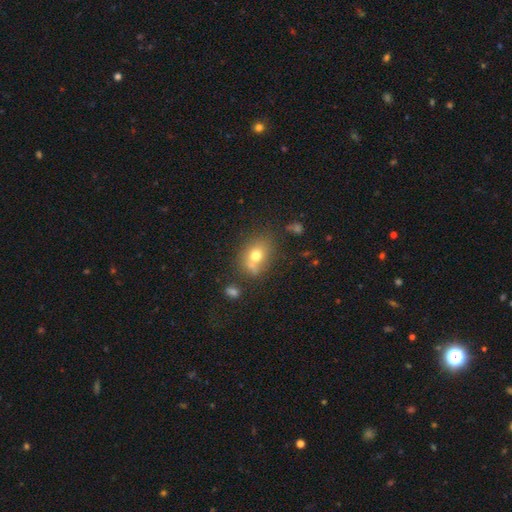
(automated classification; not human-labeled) smooth_or_featured: smooth (p=0.71) [alt: featured or disk p=0.16]
how_rounded: in between (p=0.51) [alt: round p=0.47]
merging: none (p=0.59) [alt: minor disturbance p=0.19]